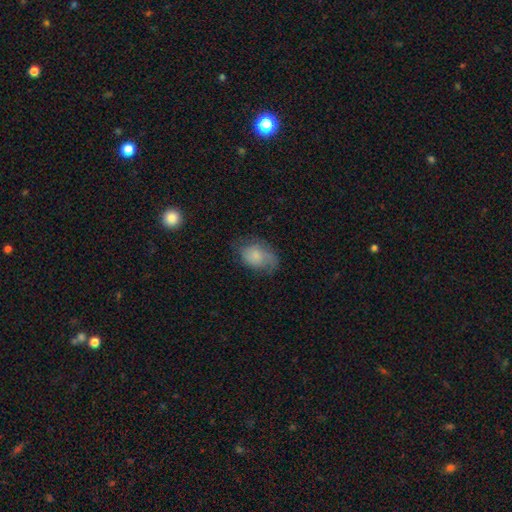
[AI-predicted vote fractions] A smooth galaxy with no disk features (62%) that is in between round and cigar-shaped (79%).

Vote fractions:
- Smooth or featured? smooth: 62% / featured or disk: 29% / star or artifact: 8%
- How rounded? in between: 79% / round: 20% / cigar-shaped: 1%
- Merging? none: 54% / minor disturbance: 29% / major disturbance: 16% / merger: 1%